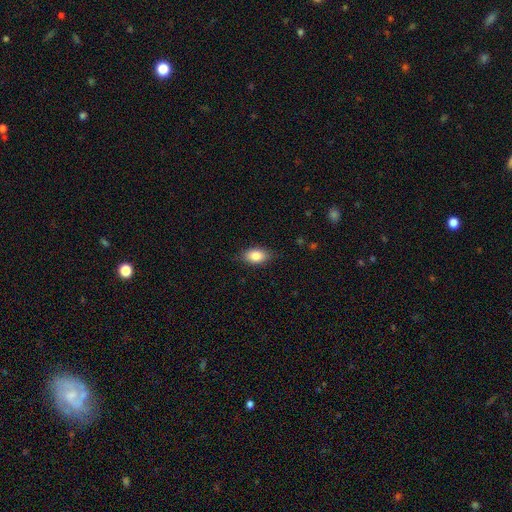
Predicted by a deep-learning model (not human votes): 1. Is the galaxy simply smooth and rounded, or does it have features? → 84% smooth, 8% featured or disk, 7% star or artifact.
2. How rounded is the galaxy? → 89% in between, 9% round, 2% cigar-shaped.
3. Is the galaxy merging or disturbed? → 83% none, 13% minor disturbance, 3% major disturbance, 1% merger.